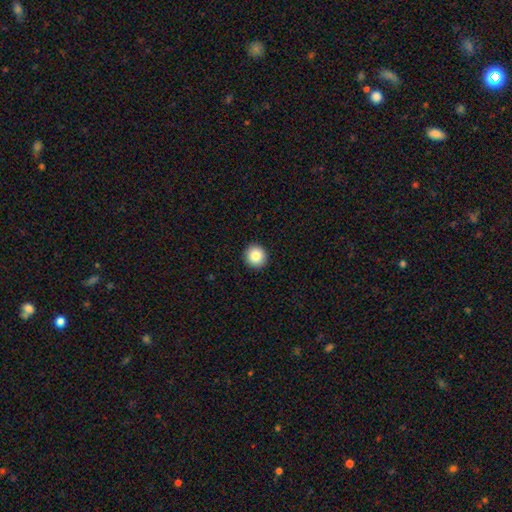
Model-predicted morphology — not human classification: A smooth galaxy with no disk features (85%) that is round (93%). Merging: none (93%).